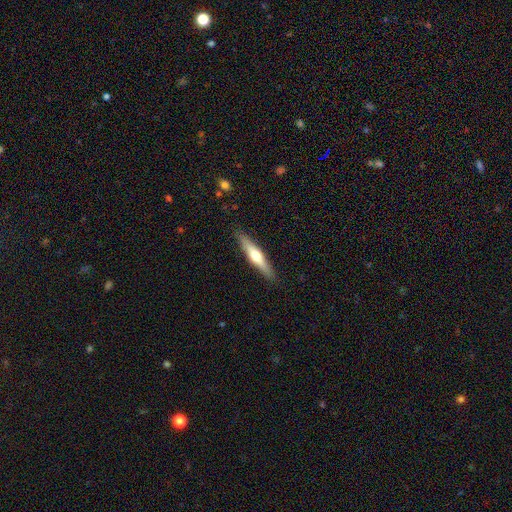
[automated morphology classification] The model was most divided on "smooth or featured": featured or disk: 52%, smooth: 43%, star or artifact: 5%. More confident: edge-on disk — yes (94%); merging — none (89%).